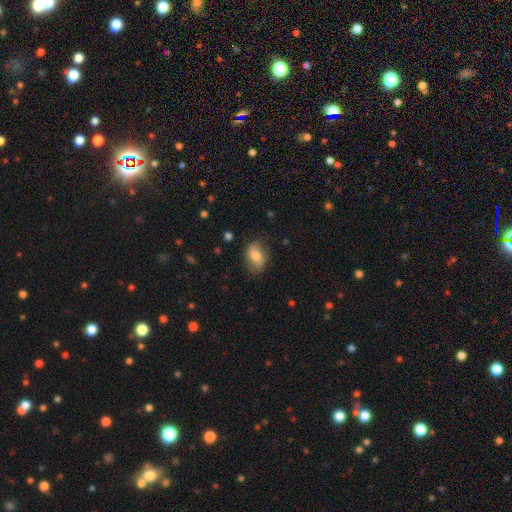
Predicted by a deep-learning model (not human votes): The model was most divided on "smooth or featured": smooth: 66%, featured or disk: 26%, star or artifact: 8%. More confident: how rounded — in between (80%); merging — none (76%).